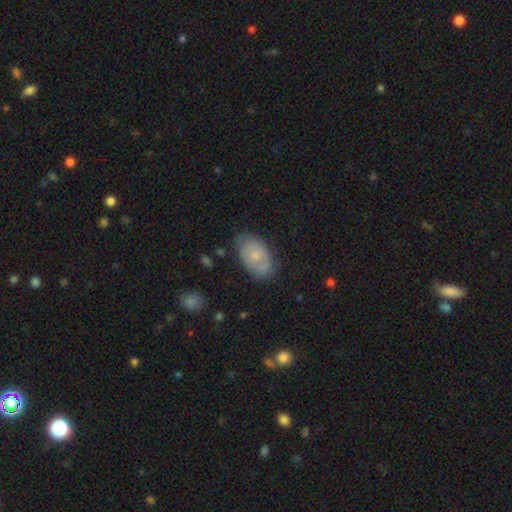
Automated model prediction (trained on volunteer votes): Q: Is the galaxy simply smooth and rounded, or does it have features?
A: smooth — 60%.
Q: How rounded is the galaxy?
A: in between — 91%.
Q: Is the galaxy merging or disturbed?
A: none — 69%.